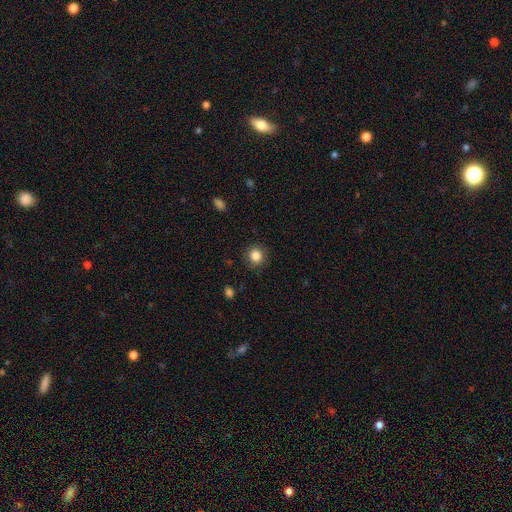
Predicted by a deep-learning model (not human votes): Smooth or featured?
  - smooth: 85% *
  - star or artifact: 10%
  - featured or disk: 5%
How rounded?
  - round: 87% *
  - in between: 12%
  - cigar-shaped: 1%
Merging?
  - none: 88% *
  - minor disturbance: 8%
  - major disturbance: 3%
  - merger: 1%